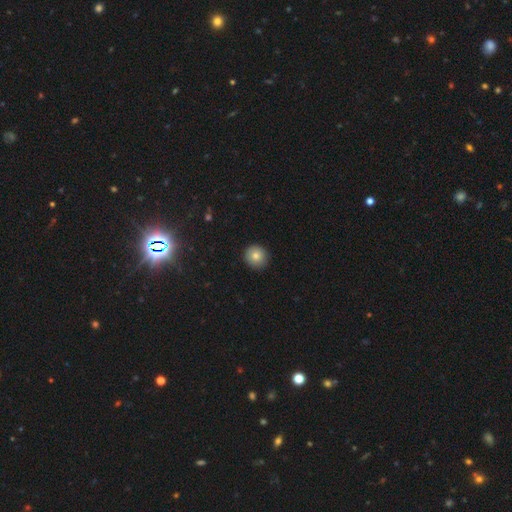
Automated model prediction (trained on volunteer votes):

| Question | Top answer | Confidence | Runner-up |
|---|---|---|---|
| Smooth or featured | smooth | 81% | star or artifact (10%) |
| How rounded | round | 93% | in between (6%) |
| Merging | none | 91% | minor disturbance (6%) |